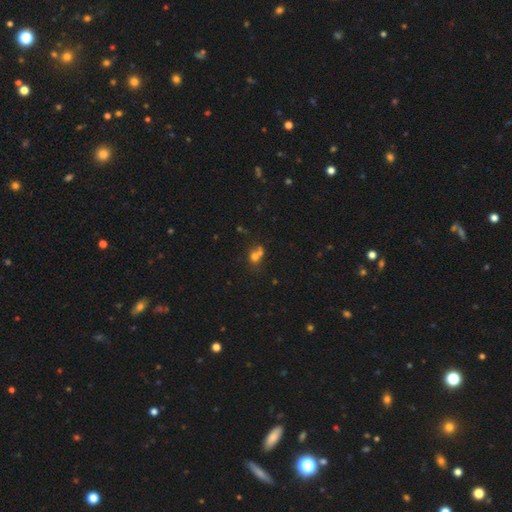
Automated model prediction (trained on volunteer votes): Smooth or featured: smooth — 65% (star or artifact — 19%)
How rounded: round — 70% (in between — 29%)
Merging: merger — 52% (none — 31%)